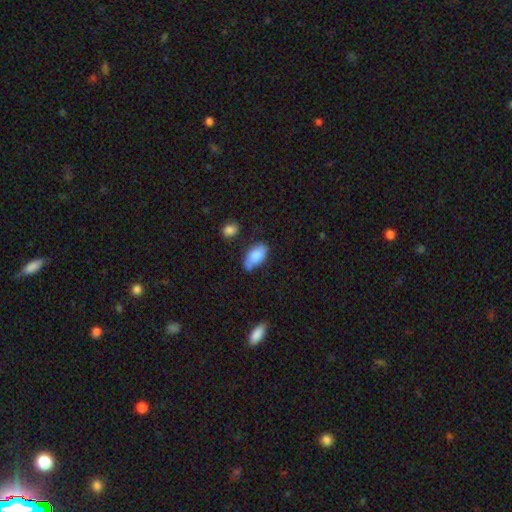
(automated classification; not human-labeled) smooth_or_featured: smooth (p=0.84) [alt: featured or disk p=0.10]
how_rounded: in between (p=0.93) [alt: cigar-shaped p=0.04]
merging: none (p=0.58) [alt: minor disturbance p=0.27]